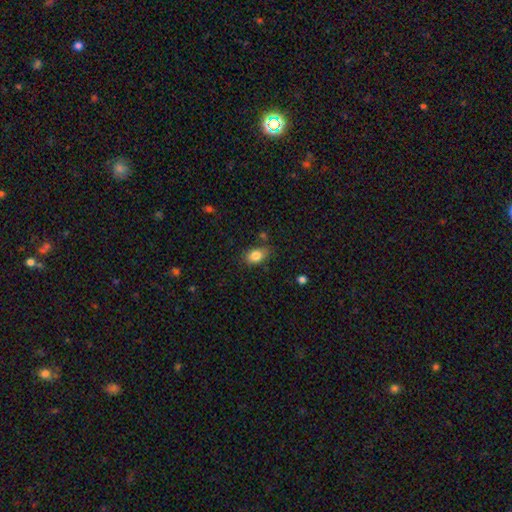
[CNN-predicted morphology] smooth_or_featured: smooth (p=0.84) [alt: star or artifact p=0.09]
how_rounded: in between (p=0.79) [alt: round p=0.19]
merging: none (p=0.72) [alt: minor disturbance p=0.19]